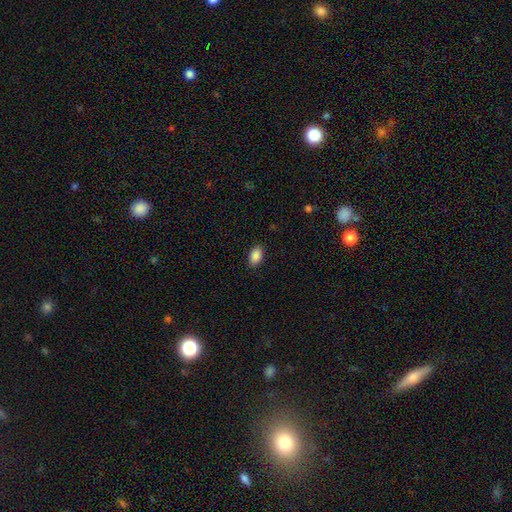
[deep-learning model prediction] Smooth or featured: smooth — 89% (star or artifact — 8%)
How rounded: in between — 90% (round — 8%)
Merging: none — 87% (minor disturbance — 9%)